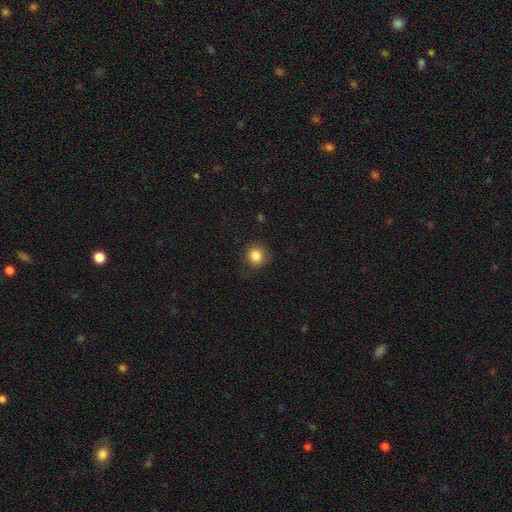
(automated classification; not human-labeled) Morphology: type=smooth (85%); roundness=round (88%); merging=none (86%).